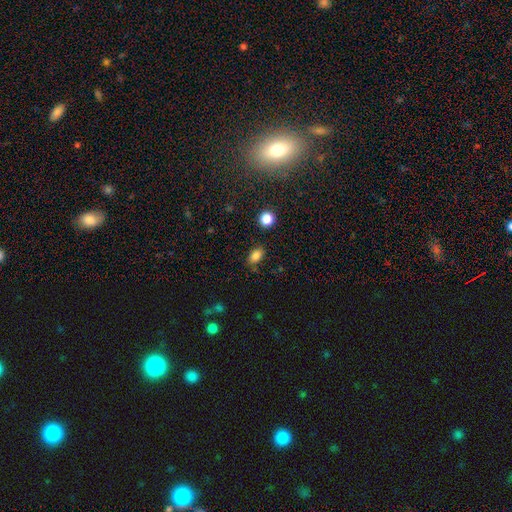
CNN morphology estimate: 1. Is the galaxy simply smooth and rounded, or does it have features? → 84% smooth, 11% star or artifact, 5% featured or disk.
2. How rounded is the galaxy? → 83% in between, 15% round, 2% cigar-shaped.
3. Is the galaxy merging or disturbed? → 81% none, 13% minor disturbance, 3% major disturbance, 3% merger.